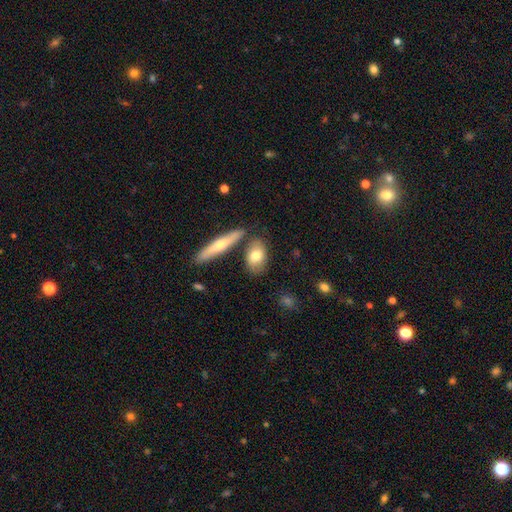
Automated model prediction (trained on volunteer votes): The model was most divided on "smooth or featured": smooth: 73%, featured or disk: 21%, star or artifact: 6%. More confident: how rounded — in between (81%); merging — none (70%).